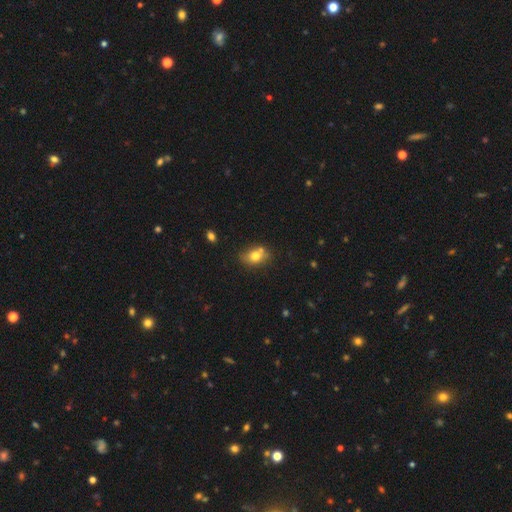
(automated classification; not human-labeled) This appears to be a smooth galaxy with no disk features (73%) that is in between round and cigar-shaped (65%). Merging: none (63%).